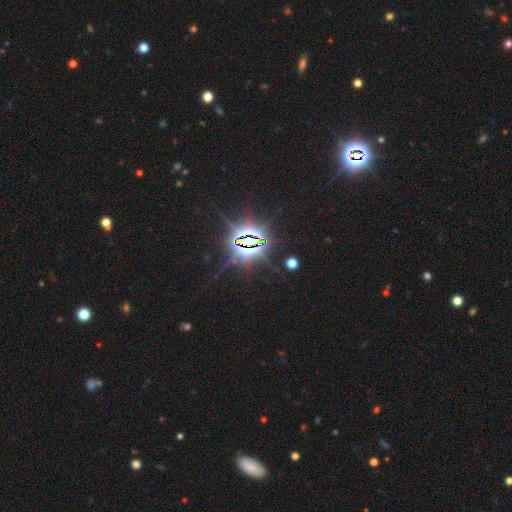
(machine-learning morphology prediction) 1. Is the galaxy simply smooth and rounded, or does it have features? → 86% star or artifact, 8% featured or disk, 6% smooth.